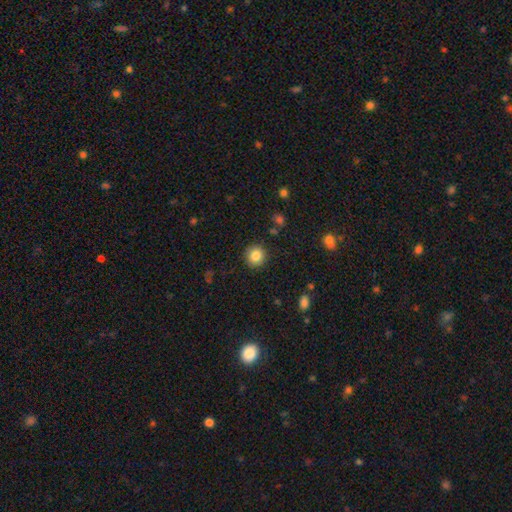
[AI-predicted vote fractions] Q: Smooth or featured?
A: smooth (84%); runner-up: star or artifact (10%)
Q: How rounded?
A: round (90%); runner-up: in between (9%)
Q: Merging?
A: none (90%); runner-up: minor disturbance (6%)